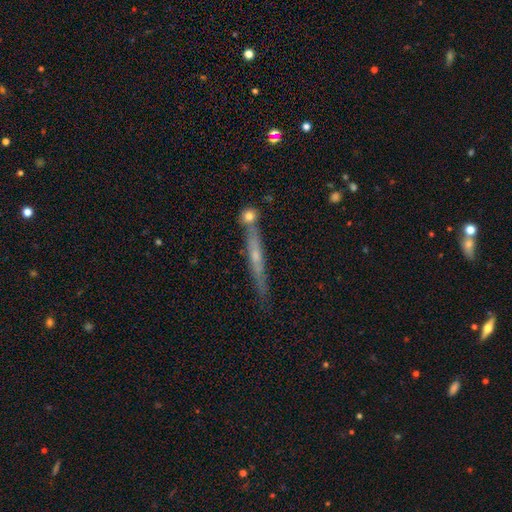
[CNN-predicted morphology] Smooth or featured: featured or disk — 58% (smooth — 34%)
Edge-on disk: yes — 92% (no — 8%)
Edge-on bulge: none — 48% (rounded — 45%)
Merging: none — 71% (minor disturbance — 15%)